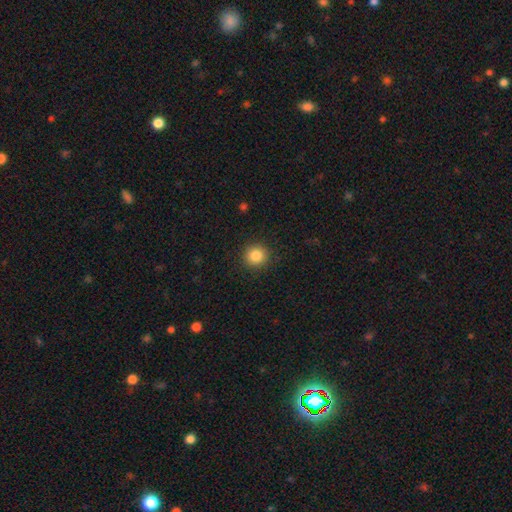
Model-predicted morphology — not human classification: This appears to be a smooth galaxy with no disk features (85%) that is round (92%). Merging: none (91%).